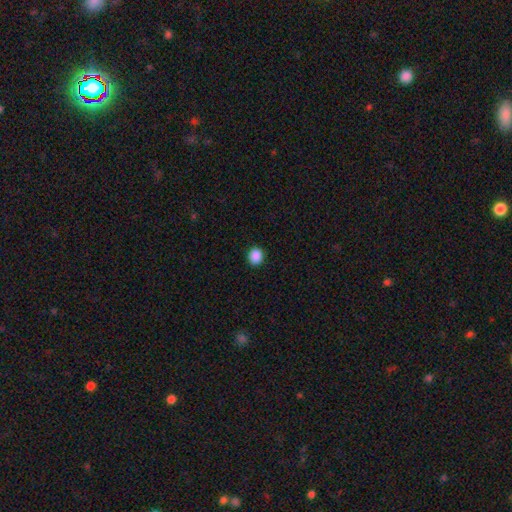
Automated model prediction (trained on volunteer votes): Smooth or featured: smooth — 89% (star or artifact — 9%)
How rounded: round — 81% (in between — 18%)
Merging: none — 92% (minor disturbance — 5%)